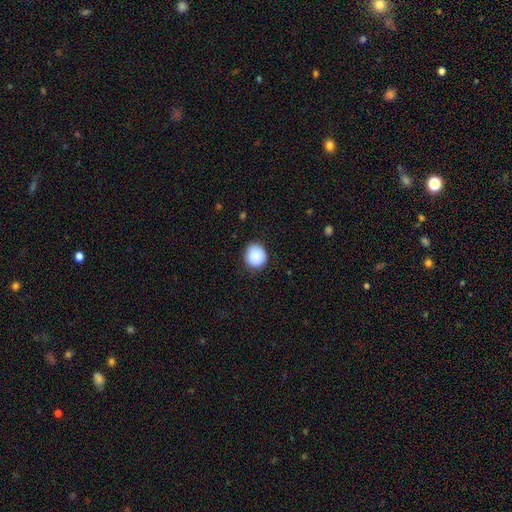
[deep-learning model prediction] smooth 87%, star or artifact 7%, featured or disk 6%. Down the decision tree: how rounded — round (84%); merging — none (86%).